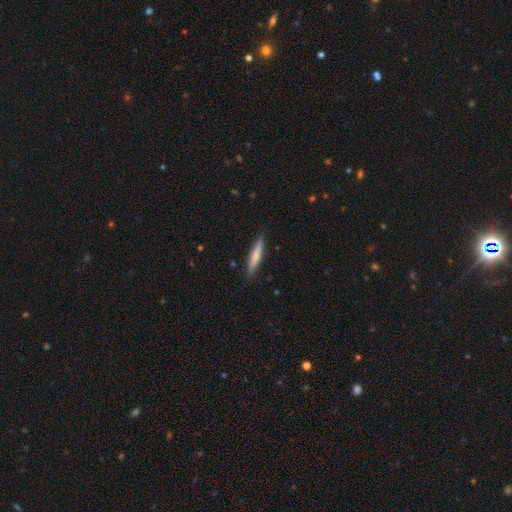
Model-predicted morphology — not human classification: smooth 70%, featured or disk 24%, star or artifact 6%. Down the decision tree: how rounded — cigar-shaped (91%); merging — none (88%).